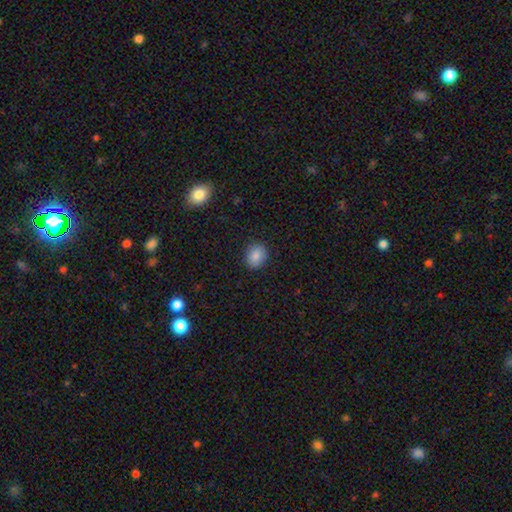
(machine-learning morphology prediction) Overall: smooth (86%). How rounded: round (62%; in between 37%). Merging: none (89%).